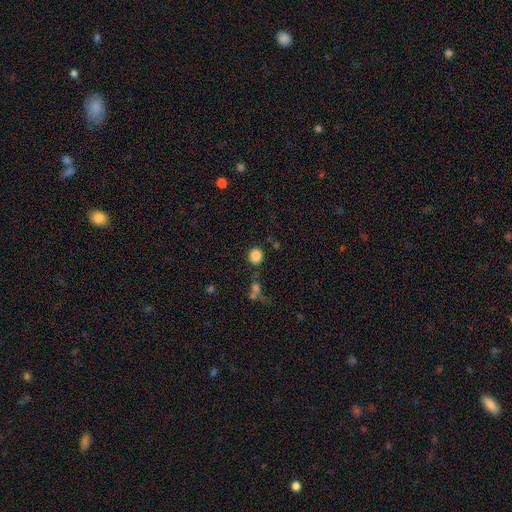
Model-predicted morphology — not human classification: This appears to be a smooth galaxy with no disk features (86%) that is round (88%). Merging: none (80%).